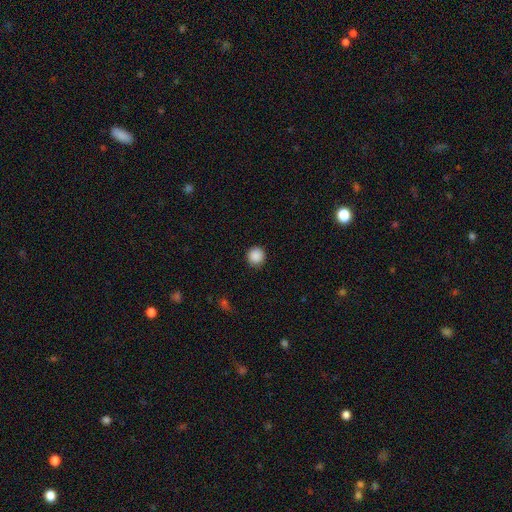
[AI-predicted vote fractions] Overall: smooth (89%). How rounded: round (95%). Merging: none (91%).